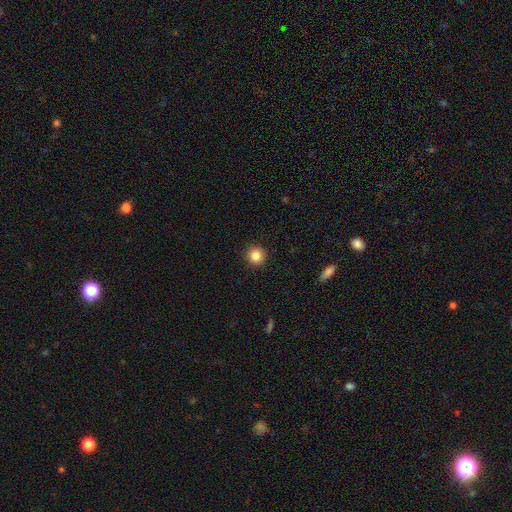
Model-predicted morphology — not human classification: Smooth or featured?
  - smooth: 85% *
  - star or artifact: 10%
  - featured or disk: 5%
How rounded?
  - round: 93% *
  - in between: 6%
  - cigar-shaped: 1%
Merging?
  - none: 92% *
  - minor disturbance: 5%
  - major disturbance: 2%
  - merger: 1%